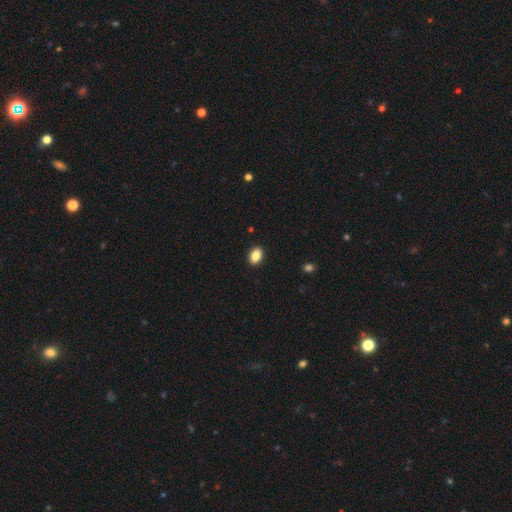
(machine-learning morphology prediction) The model was most divided on "how rounded": in between: 83%, round: 16%, cigar-shaped: 1%. More confident: merging — none (91%); smooth or featured — smooth (88%).